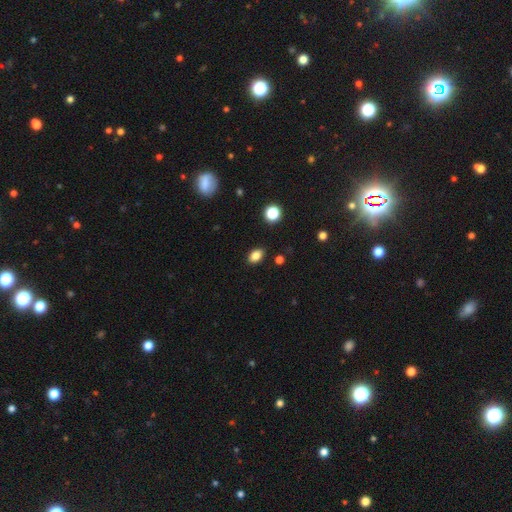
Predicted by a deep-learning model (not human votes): The model was most divided on "how rounded": in between: 81%, round: 18%, cigar-shaped: 1%. More confident: merging — none (88%); smooth or featured — smooth (84%).